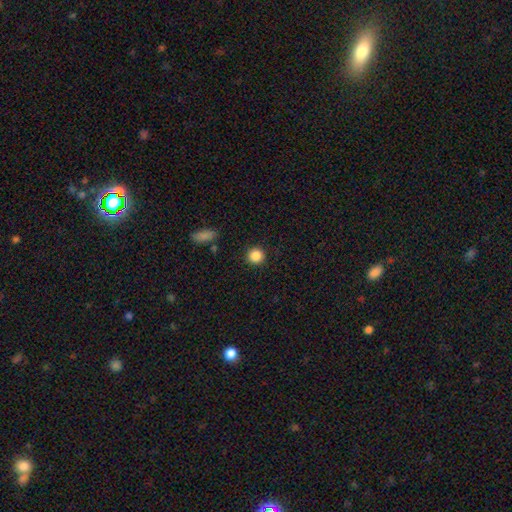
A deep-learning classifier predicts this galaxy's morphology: smooth 86%, star or artifact 10%, featured or disk 4%. Down the decision tree: how rounded — round (93%); merging — none (90%).